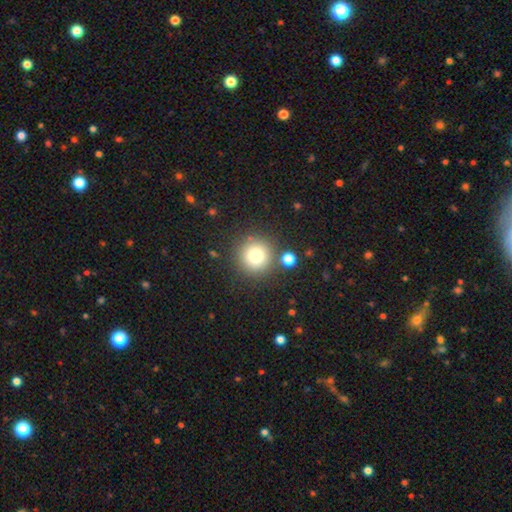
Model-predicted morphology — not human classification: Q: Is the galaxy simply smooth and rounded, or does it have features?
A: smooth — 76%.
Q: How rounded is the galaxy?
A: round — 95%.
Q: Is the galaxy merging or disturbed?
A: none — 83%.